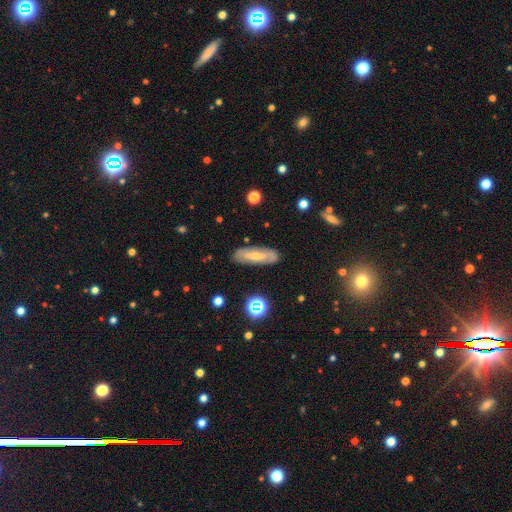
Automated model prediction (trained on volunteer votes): Smooth or featured? Predicted: featured or disk (p=0.58). Edge-on disk? Predicted: no (p=0.71). Merging? Predicted: none (p=0.84).